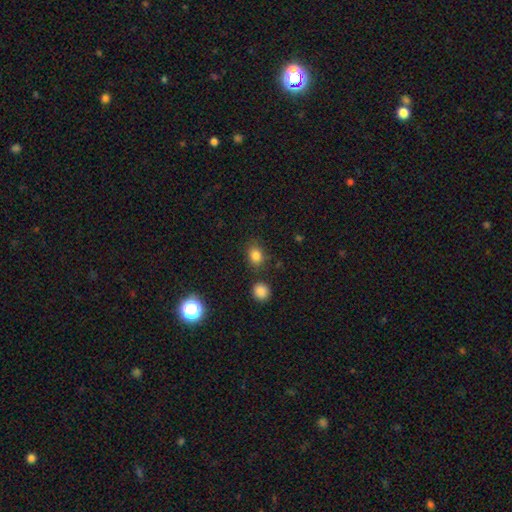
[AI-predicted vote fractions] Smooth or featured? smooth (82%)
How rounded? in between (54%)
Merging? none (75%)